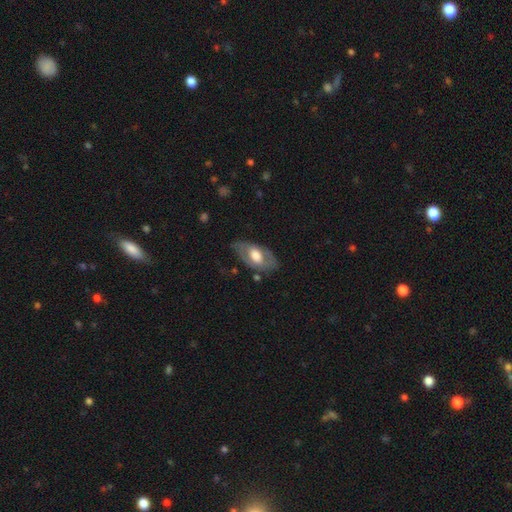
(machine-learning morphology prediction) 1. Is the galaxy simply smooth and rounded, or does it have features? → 54% featured or disk, 40% smooth, 5% star or artifact.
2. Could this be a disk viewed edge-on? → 85% no, 15% yes.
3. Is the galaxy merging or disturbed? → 69% none, 21% minor disturbance, 8% major disturbance, 2% merger.